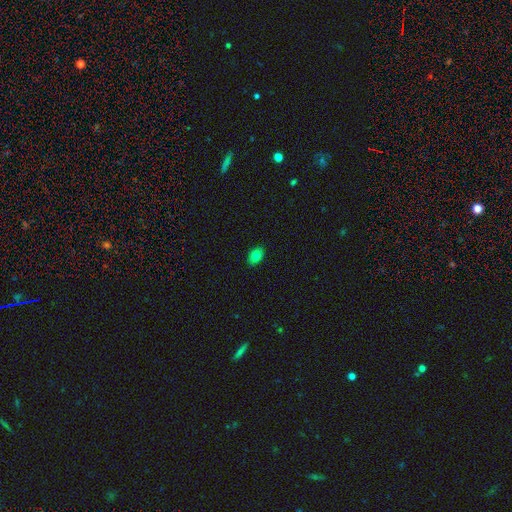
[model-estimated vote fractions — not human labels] Overall: smooth (82%). How rounded: in between (87%). Merging: none (89%).